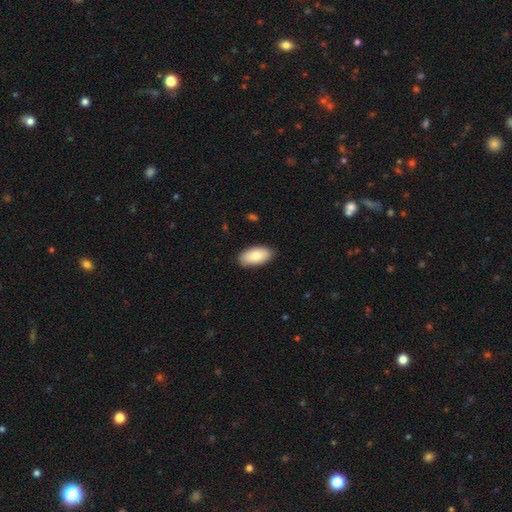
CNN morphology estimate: type=smooth (84%); roundness=in between (95%); merging=none (87%).